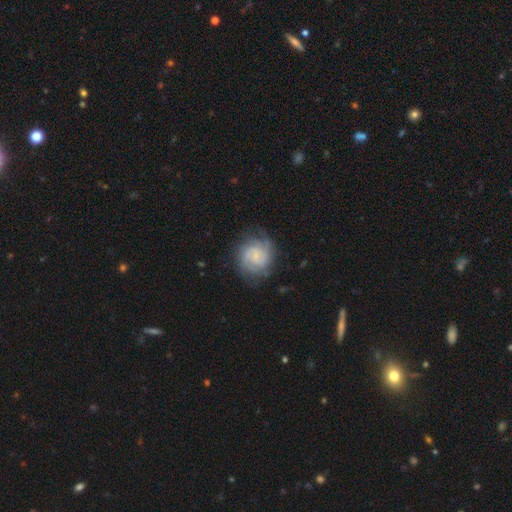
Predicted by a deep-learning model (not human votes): Smooth or featured: featured or disk — 77% (smooth — 16%)
Edge-on disk: no — 98% (yes — 2%)
Bar: no — 54% (weak — 40%)
Spiral arms: yes — 95% (no — 5%)
Spiral winding: tight — 55% (medium — 36%)
Spiral arm count: 2 — 37% (can't tell — 27%)
Bulge size: small — 62% (none — 23%)
Merging: none — 73% (minor disturbance — 17%)